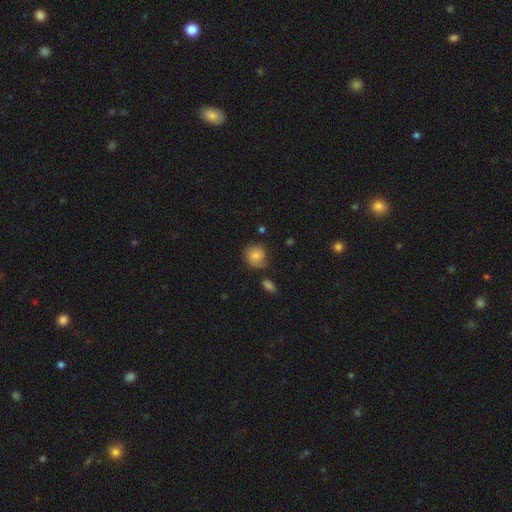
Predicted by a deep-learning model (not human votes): Morphology: type=smooth (78%); roundness=round (80%); merging=none (61%).